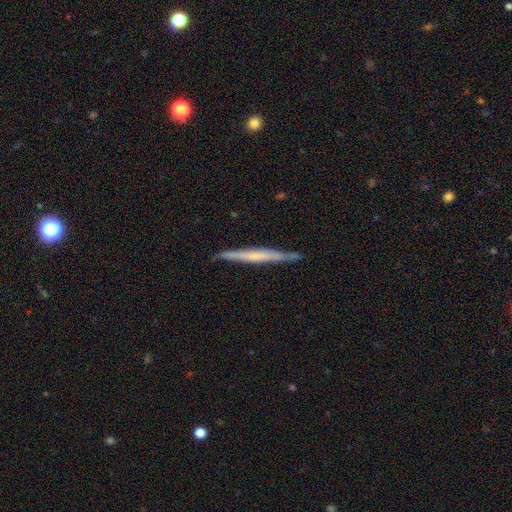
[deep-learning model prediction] smooth_or_featured: featured or disk (p=0.58) [alt: smooth p=0.37]
disk_edge_on: yes (p=0.96) [alt: no p=0.04]
edge_on_bulge: none (p=0.65) [alt: rounded p=0.22]
merging: none (p=0.86) [alt: minor disturbance p=0.11]